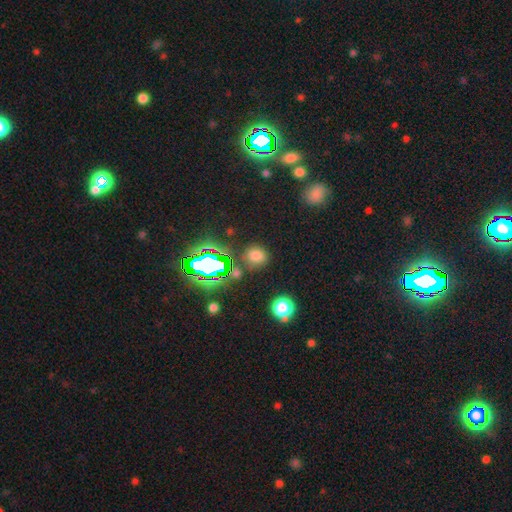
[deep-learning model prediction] Smooth or featured: smooth — 67% (star or artifact — 27%)
How rounded: round — 69% (in between — 29%)
Merging: none — 83% (minor disturbance — 10%)